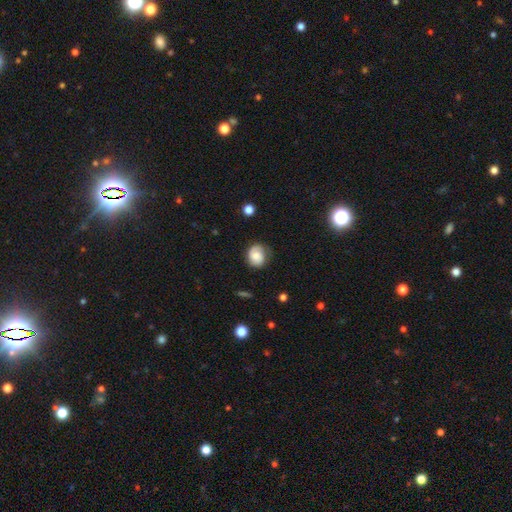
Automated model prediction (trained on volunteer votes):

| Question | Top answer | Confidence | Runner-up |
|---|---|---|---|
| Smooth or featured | smooth | 50% | featured or disk (42%) |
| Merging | none | 66% | minor disturbance (24%) |